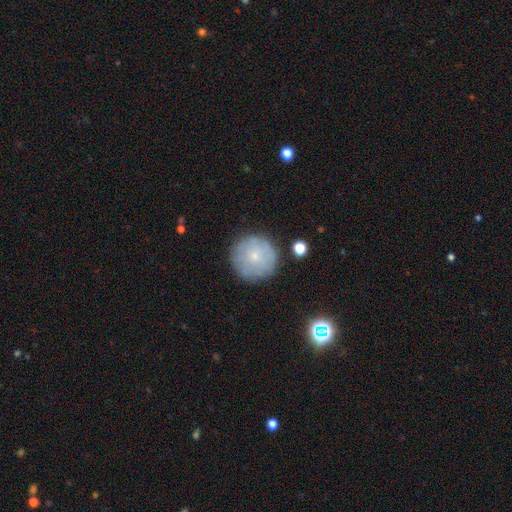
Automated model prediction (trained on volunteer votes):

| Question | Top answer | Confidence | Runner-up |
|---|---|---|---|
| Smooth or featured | smooth | 63% | featured or disk (28%) |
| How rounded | round | 96% | in between (3%) |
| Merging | none | 83% | minor disturbance (12%) |